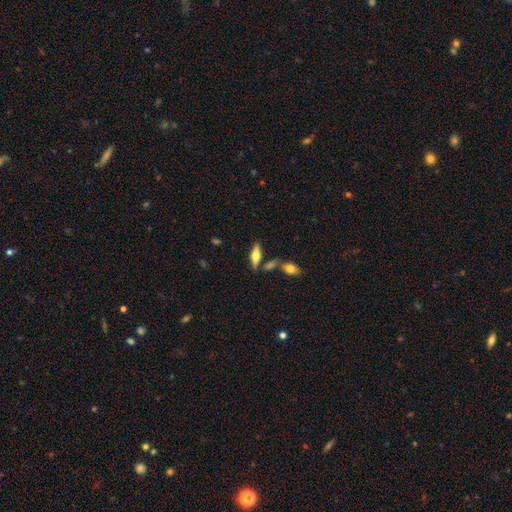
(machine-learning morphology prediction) This appears to be a smooth galaxy with no disk features (57%) that is in between round and cigar-shaped (57%). Merging: none (70%).